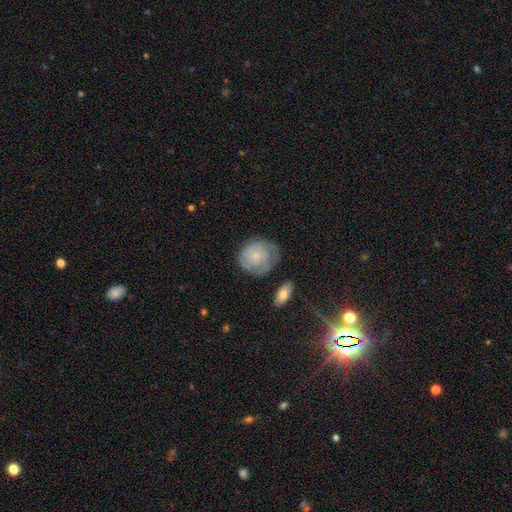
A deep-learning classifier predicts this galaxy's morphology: Smooth or featured? Predicted: smooth (p=0.51). How rounded? Predicted: round (p=0.79). Merging? Predicted: none (p=0.60).